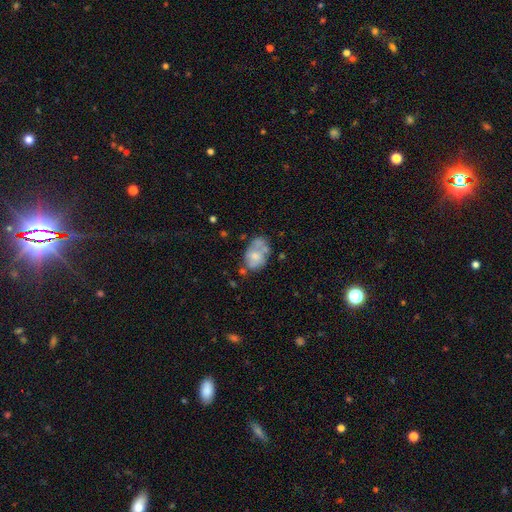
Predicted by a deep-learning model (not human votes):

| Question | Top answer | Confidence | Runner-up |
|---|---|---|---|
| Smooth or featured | smooth | 51% | featured or disk (41%) |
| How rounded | in between | 77% | round (21%) |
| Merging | none | 37% | minor disturbance (27%) |